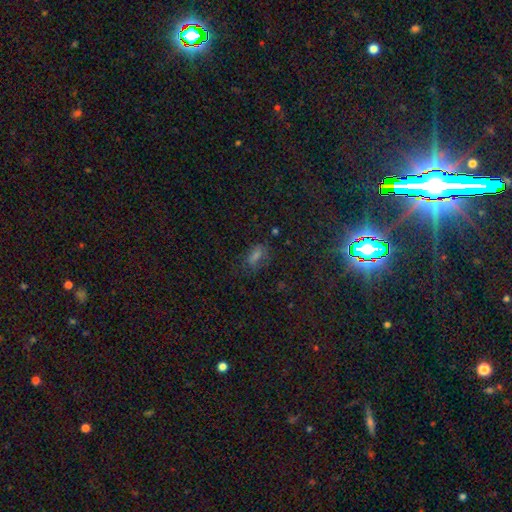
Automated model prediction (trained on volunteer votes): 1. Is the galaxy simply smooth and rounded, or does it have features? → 46% star or artifact, 37% smooth, 16% featured or disk.